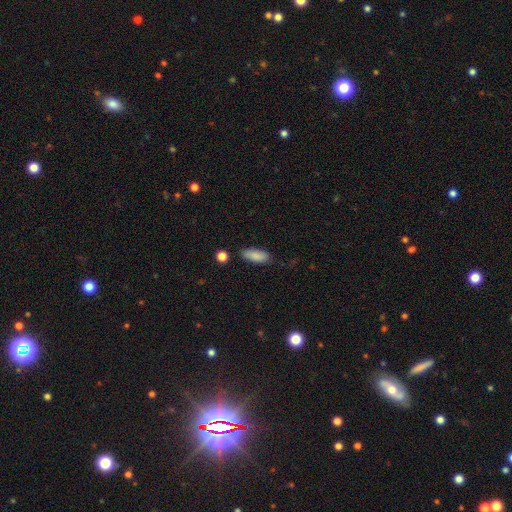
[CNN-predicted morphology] Smooth or featured?
  - smooth: 87% *
  - star or artifact: 7%
  - featured or disk: 6%
How rounded?
  - in between: 76% *
  - cigar-shaped: 22%
  - round: 2%
Merging?
  - none: 80% *
  - minor disturbance: 15%
  - merger: 3%
  - major disturbance: 3%